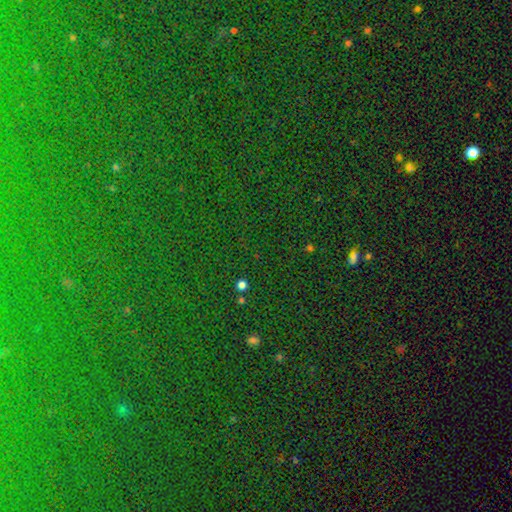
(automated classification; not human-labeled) smooth-or-featured: star or artifact: 81% | smooth: 11% | featured or disk: 8%